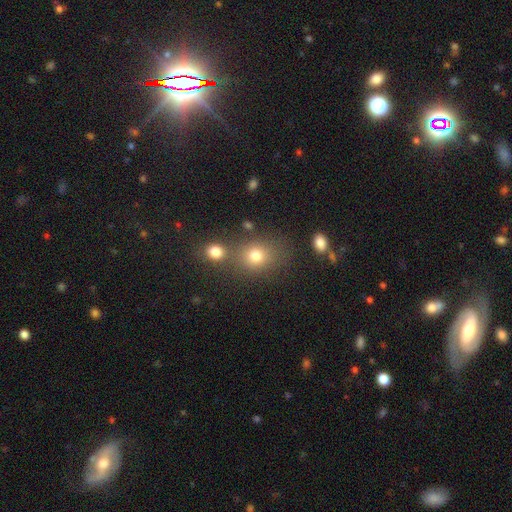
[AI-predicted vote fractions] A smooth galaxy with no disk features (76%) that is round (66%). Merging: none (62%).